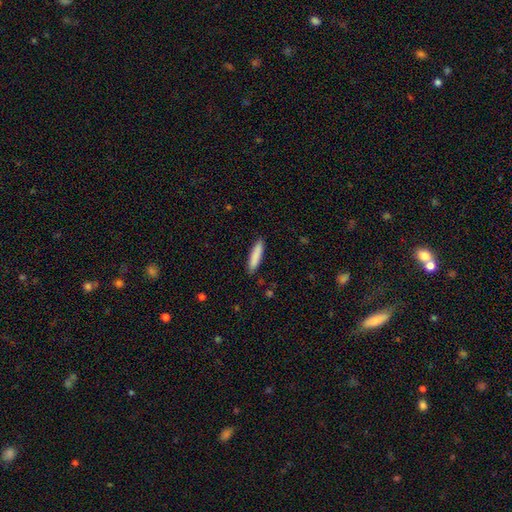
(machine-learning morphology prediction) smooth_or_featured: smooth (p=0.86) [alt: featured or disk p=0.08]
how_rounded: cigar-shaped (p=0.83) [alt: in between p=0.16]
merging: none (p=0.89) [alt: minor disturbance p=0.08]